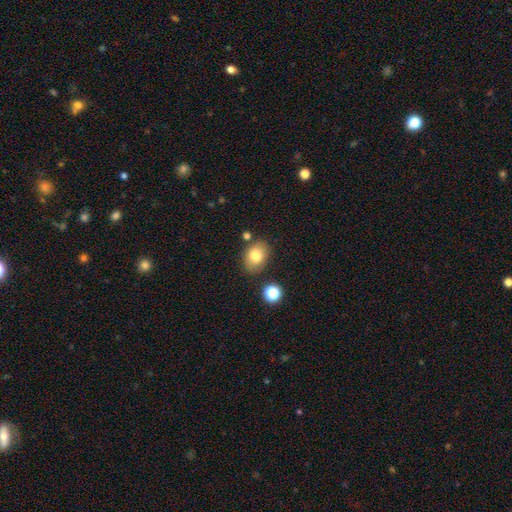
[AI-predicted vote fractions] A smooth galaxy with no disk features (78%) that is in between round and cigar-shaped (68%).

Vote fractions:
- Smooth or featured? smooth: 78% / featured or disk: 12% / star or artifact: 10%
- How rounded? in between: 68% / round: 31% / cigar-shaped: 1%
- Merging? none: 76% / minor disturbance: 14% / merger: 6% / major disturbance: 3%